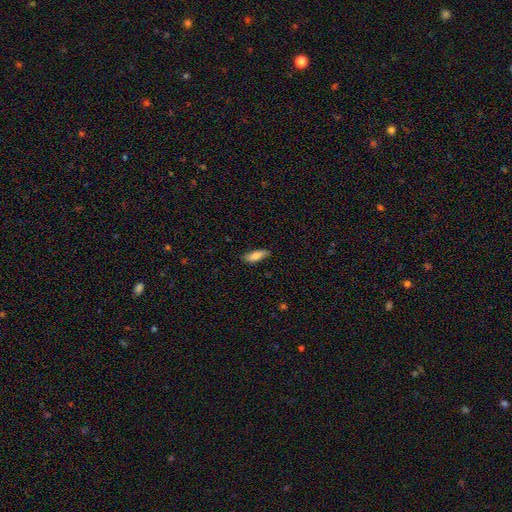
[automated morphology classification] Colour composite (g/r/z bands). It shows a smooth galaxy with no disk features (79%) that is in between round and cigar-shaped (64%). Merging: none (81%).